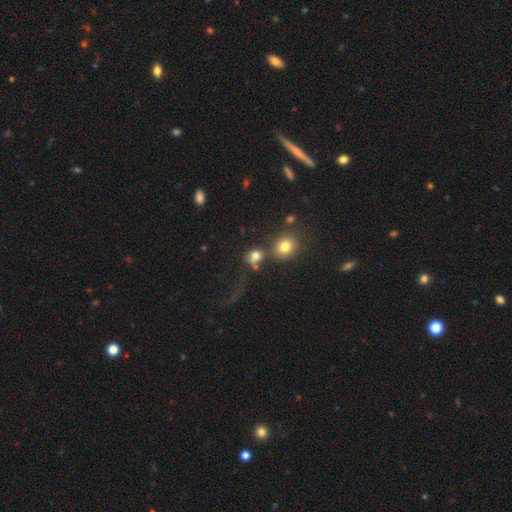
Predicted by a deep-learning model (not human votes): Smooth or featured? Predicted: smooth (p=0.74). How rounded? Predicted: round (p=0.72). Merging? Predicted: merger (p=0.37).